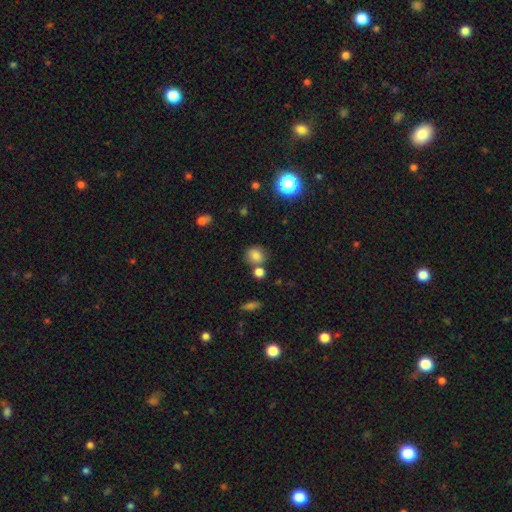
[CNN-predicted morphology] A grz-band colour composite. It shows a smooth galaxy with no disk features (78%) that is round (75%). Merging: none (69%).